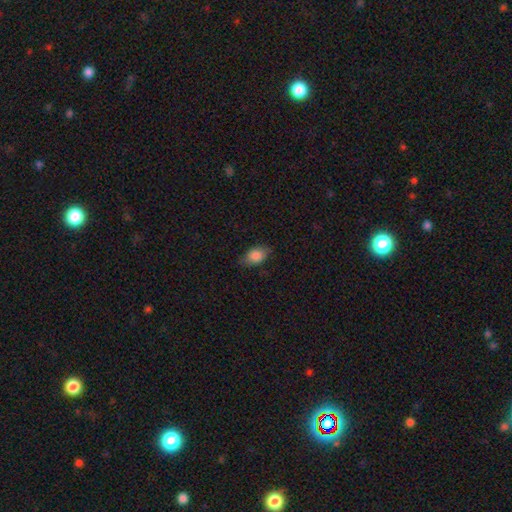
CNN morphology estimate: Smooth or featured? smooth (84%)
How rounded? in between (86%)
Merging? none (78%)